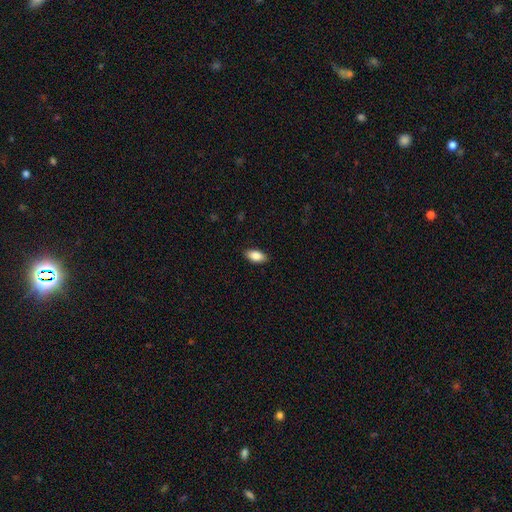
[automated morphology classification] Smooth or featured? Predicted: smooth (p=0.86). How rounded? Predicted: in between (p=0.91). Merging? Predicted: none (p=0.88).